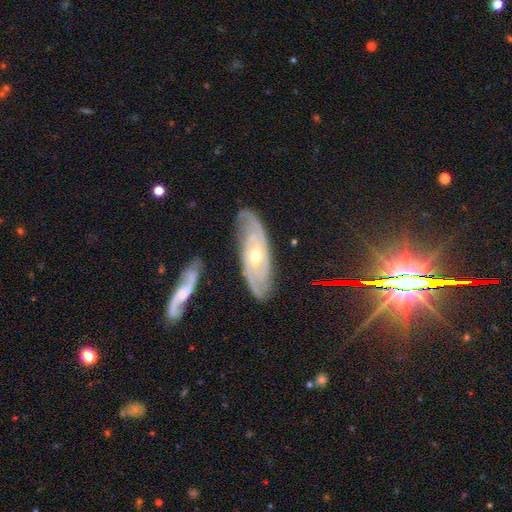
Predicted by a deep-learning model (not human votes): smooth_or_featured: featured or disk (p=0.83) [alt: smooth p=0.10]
disk_edge_on: no (p=0.84) [alt: yes p=0.16]
bar: no (p=0.69) [alt: weak p=0.23]
has_spiral_arms: yes (p=0.92) [alt: no p=0.08]
spiral_winding: tight (p=0.68) [alt: medium p=0.25]
spiral_arm_count: can't tell (p=0.37) [alt: 2 p=0.35]
bulge_size: moderate (p=0.58) [alt: small p=0.39]
merging: none (p=0.80) [alt: minor disturbance p=0.15]